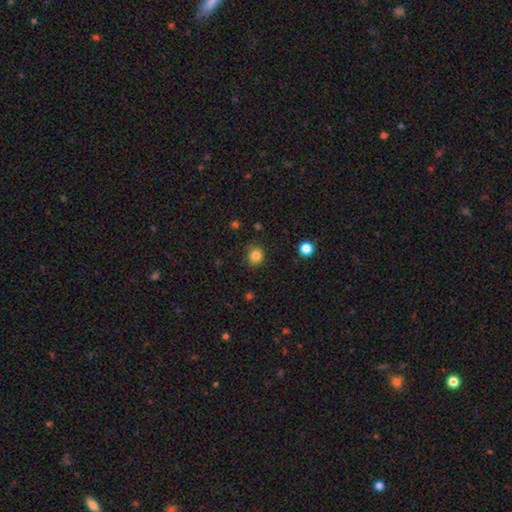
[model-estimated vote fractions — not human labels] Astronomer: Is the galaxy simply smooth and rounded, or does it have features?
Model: smooth — 84%.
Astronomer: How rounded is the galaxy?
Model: round — 86%.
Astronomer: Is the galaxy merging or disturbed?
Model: none — 83%.